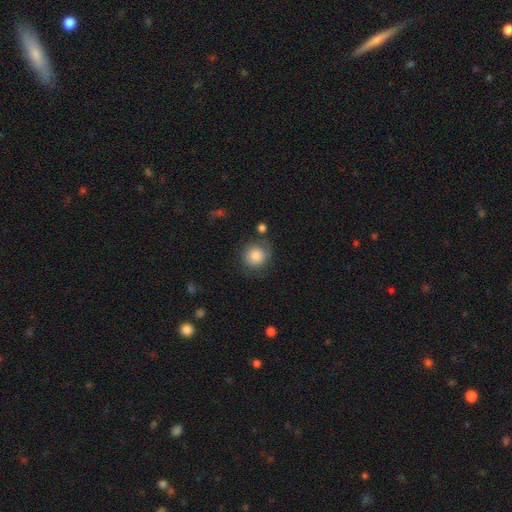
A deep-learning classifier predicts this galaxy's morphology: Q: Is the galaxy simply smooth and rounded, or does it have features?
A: smooth — 83%.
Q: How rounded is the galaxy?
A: round — 88%.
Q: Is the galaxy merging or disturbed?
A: none — 70%.